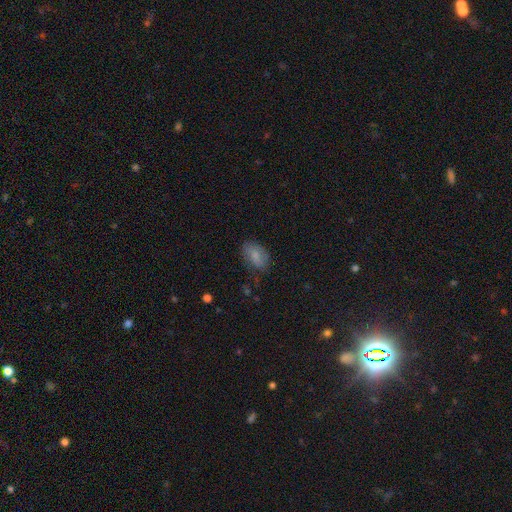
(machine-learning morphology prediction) This is clearly a smooth galaxy (81%). How rounded: clearly in between (90%). Merging: likely none (70%).